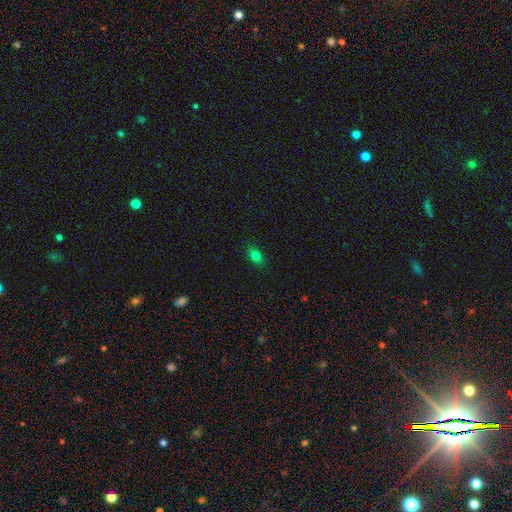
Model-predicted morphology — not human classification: This appears to be a smooth galaxy with no disk features (80%) that is in between round and cigar-shaped (79%). Merging: none (87%).